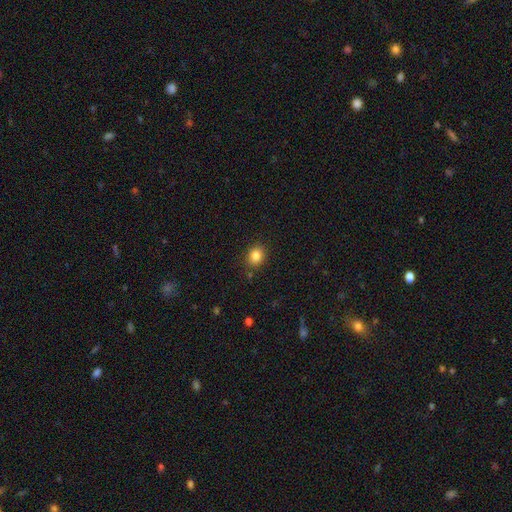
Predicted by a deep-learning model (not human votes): Morphology: type=smooth (84%); roundness=round (67%); merging=none (86%).